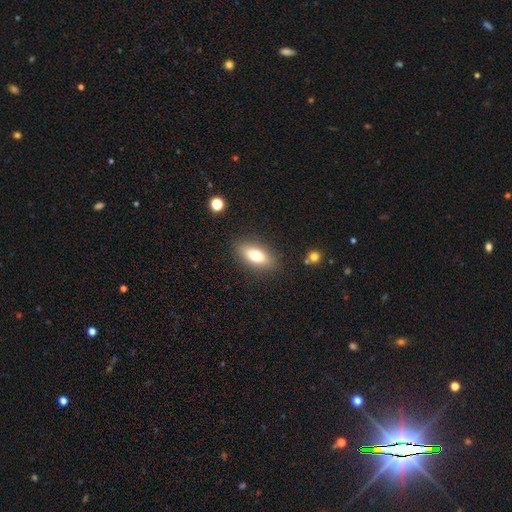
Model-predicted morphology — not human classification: Overall: smooth (72%). How rounded: in between (80%). Merging: none (86%).